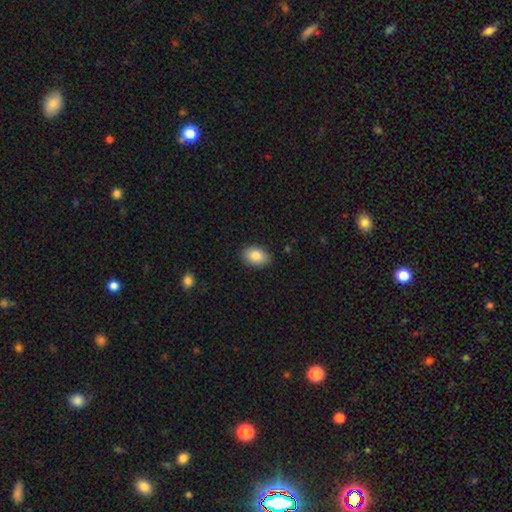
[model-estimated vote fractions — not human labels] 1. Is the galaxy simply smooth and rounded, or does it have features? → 86% smooth, 7% featured or disk, 7% star or artifact.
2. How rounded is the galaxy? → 88% in between, 11% round, 1% cigar-shaped.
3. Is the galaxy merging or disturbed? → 87% none, 10% minor disturbance, 2% major disturbance, 1% merger.